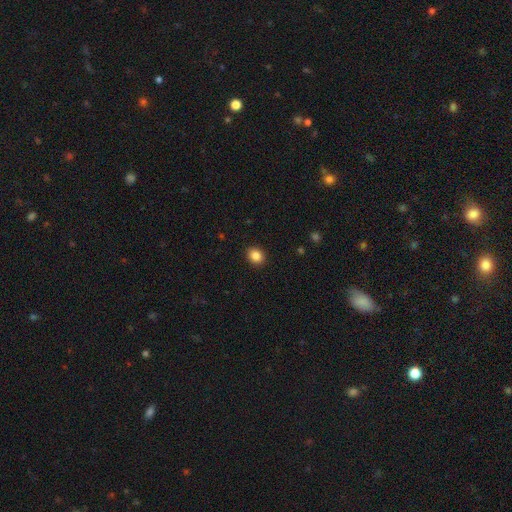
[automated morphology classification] A smooth galaxy with no disk features (86%) that is round (61%).

Vote fractions:
- Smooth or featured? smooth: 86% / star or artifact: 10% / featured or disk: 4%
- How rounded? round: 61% / in between: 39% / cigar-shaped: 1%
- Merging? none: 92% / minor disturbance: 6% / major disturbance: 2% / merger: 1%